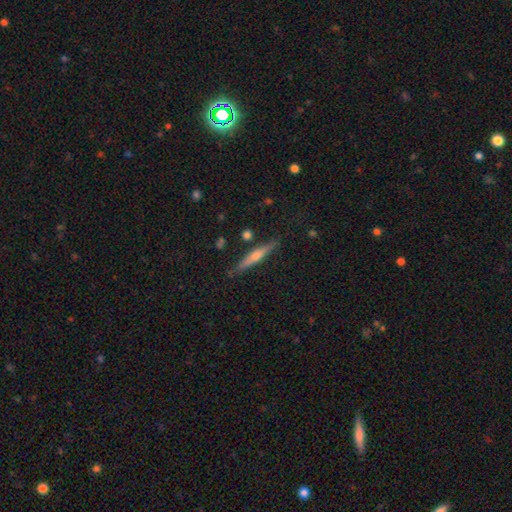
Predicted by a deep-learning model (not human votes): A featured or disk galaxy (60%) viewed edge-on (96%) with a rounded central bulge (80%). Merging: none (85%).